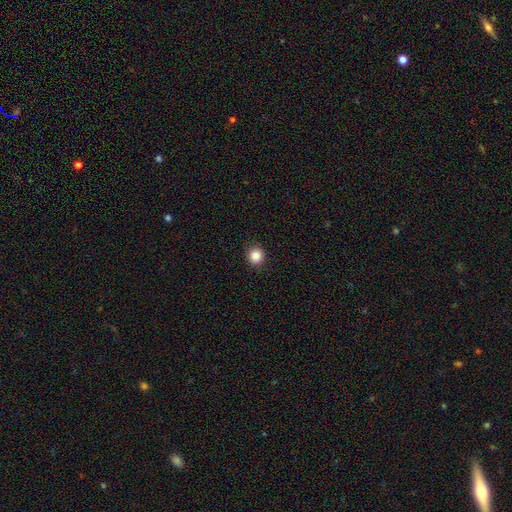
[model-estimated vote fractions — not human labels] Morphology: type=smooth (85%); roundness=round (92%); merging=none (92%).